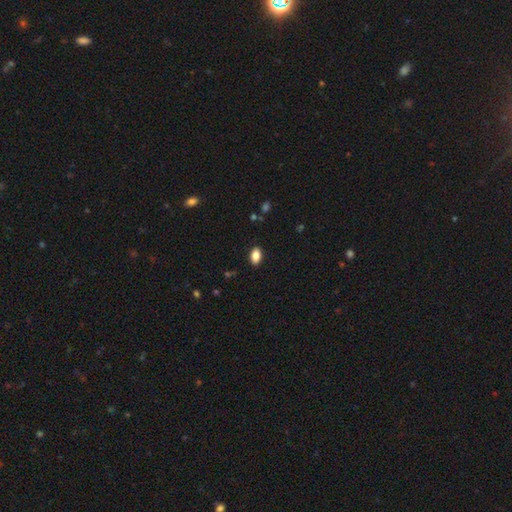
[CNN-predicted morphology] smooth 84%, star or artifact 9%, featured or disk 8%. Down the decision tree: how rounded — in between (90%); merging — none (88%).